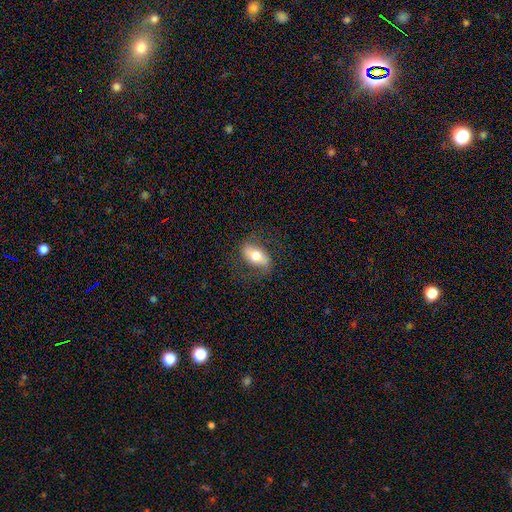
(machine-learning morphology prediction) Overall: smooth (49%; featured or disk 44%). Merging: none (76%).